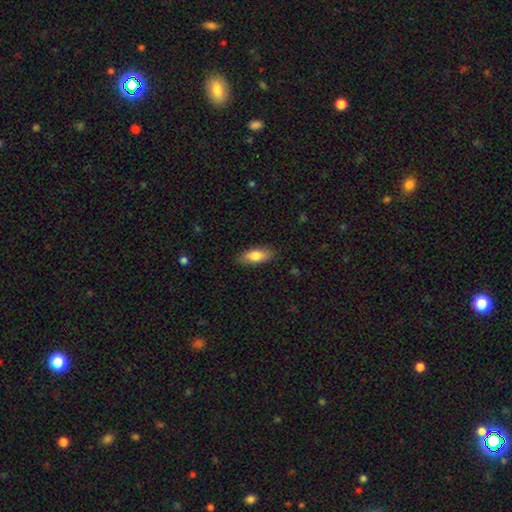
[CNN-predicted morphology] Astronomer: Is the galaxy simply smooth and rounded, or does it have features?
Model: smooth — 78%.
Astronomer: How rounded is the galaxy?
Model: in between — 79%.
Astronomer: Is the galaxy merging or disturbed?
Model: none — 87%.